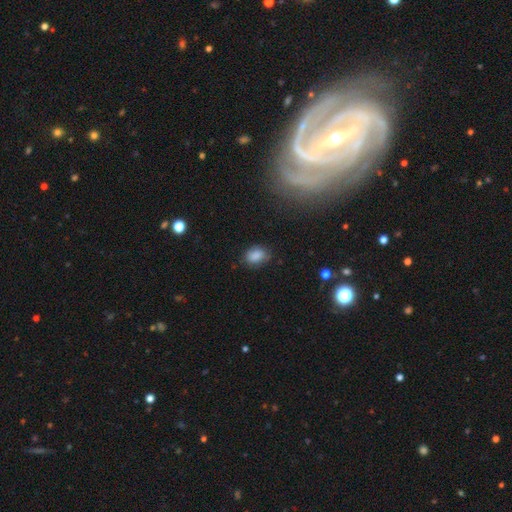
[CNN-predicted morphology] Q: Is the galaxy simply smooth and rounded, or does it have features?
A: smooth — 84%.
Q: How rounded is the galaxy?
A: in between — 75%.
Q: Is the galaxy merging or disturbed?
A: none — 72%.